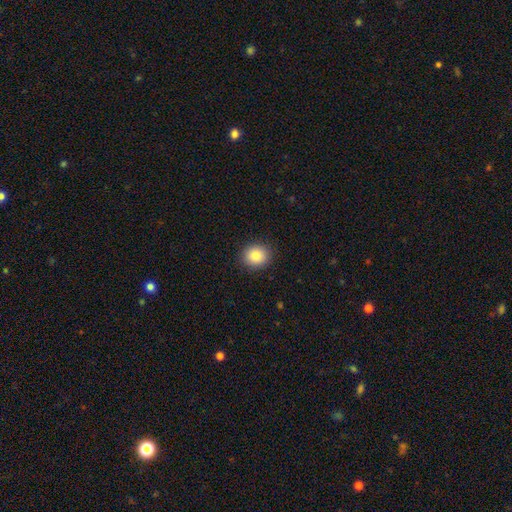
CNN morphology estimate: Smooth or featured? smooth (86%)
How rounded? round (76%)
Merging? none (90%)